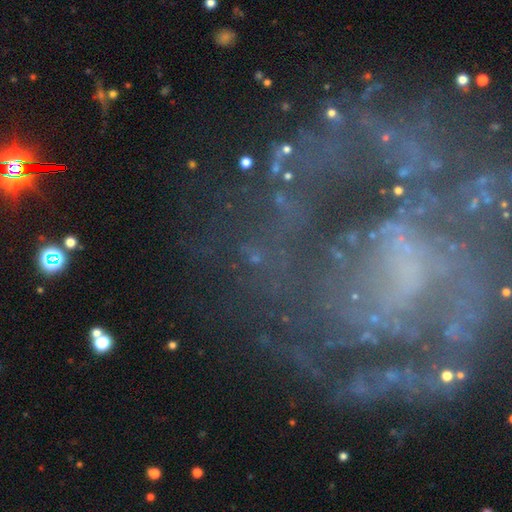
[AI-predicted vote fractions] Smooth or featured: star or artifact — 58% (featured or disk — 25%)